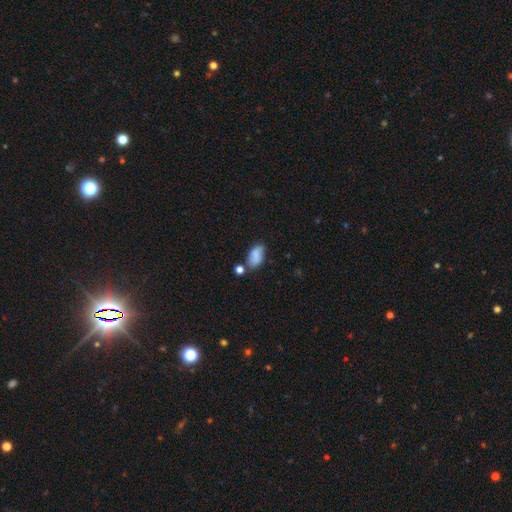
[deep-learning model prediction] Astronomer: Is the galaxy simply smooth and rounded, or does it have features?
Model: smooth — 80%.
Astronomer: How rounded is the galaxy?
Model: in between — 91%.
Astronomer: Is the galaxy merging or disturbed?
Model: none — 59%.